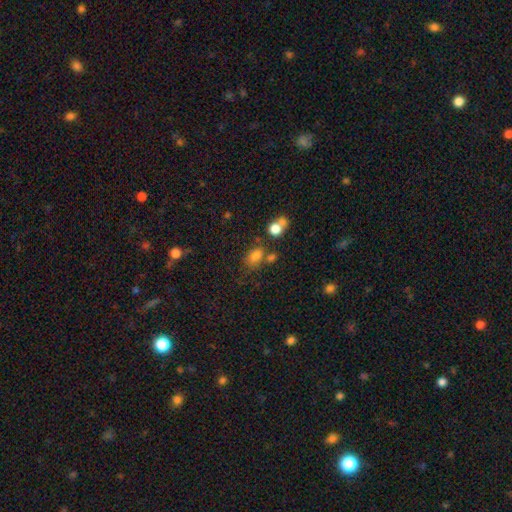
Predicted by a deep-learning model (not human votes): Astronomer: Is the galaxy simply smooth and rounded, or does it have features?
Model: smooth — 76%.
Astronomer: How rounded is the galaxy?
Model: in between — 76%.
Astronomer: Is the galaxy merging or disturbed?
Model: none — 49%.